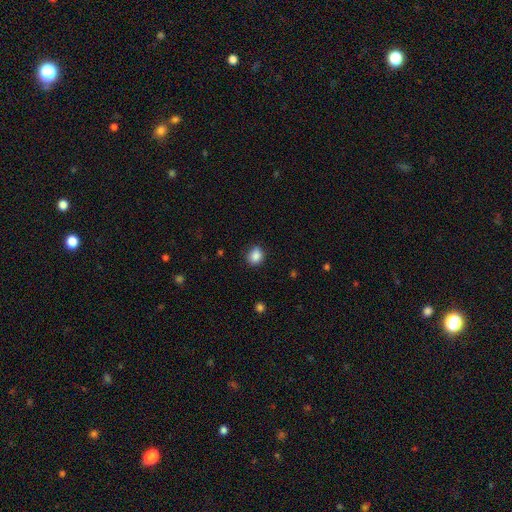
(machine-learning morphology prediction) smooth 87%, star or artifact 9%, featured or disk 4%. Down the decision tree: how rounded — round (52%); merging — none (80%).